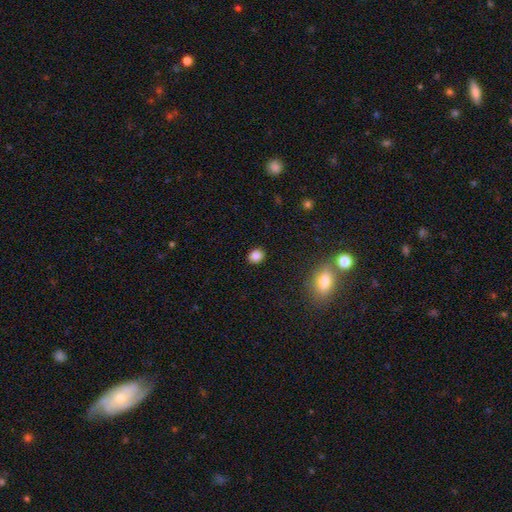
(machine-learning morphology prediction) This appears to be a smooth galaxy with no disk features (85%) that is round (62%). Merging: none (90%).